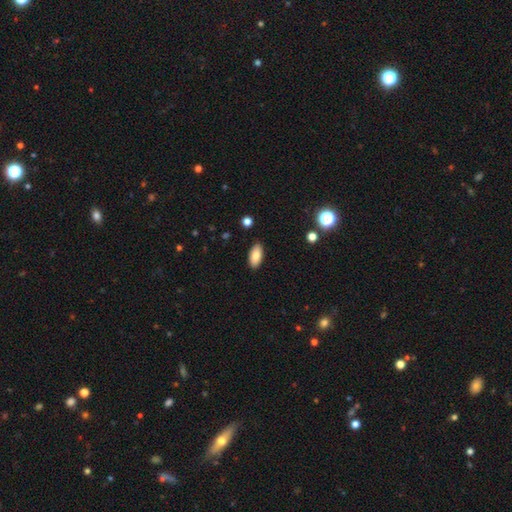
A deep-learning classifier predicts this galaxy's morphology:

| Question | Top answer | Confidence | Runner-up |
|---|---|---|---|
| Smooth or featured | smooth | 86% | star or artifact (7%) |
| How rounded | in between | 90% | cigar-shaped (7%) |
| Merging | none | 89% | minor disturbance (8%) |